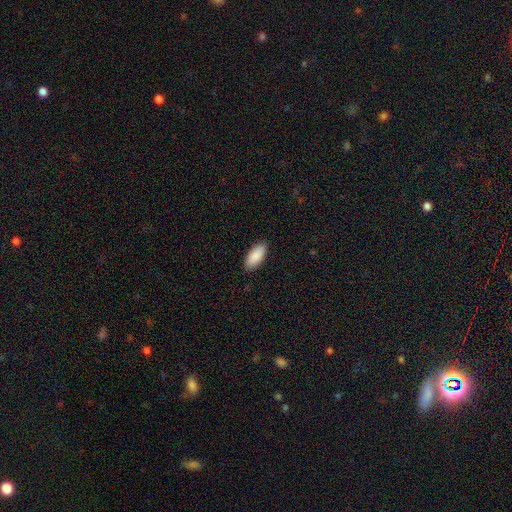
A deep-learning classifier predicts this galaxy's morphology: The model was most divided on "merging": none: 89%, minor disturbance: 9%, major disturbance: 2%, merger: 1%. More confident: smooth or featured — smooth (90%); how rounded — in between (89%).